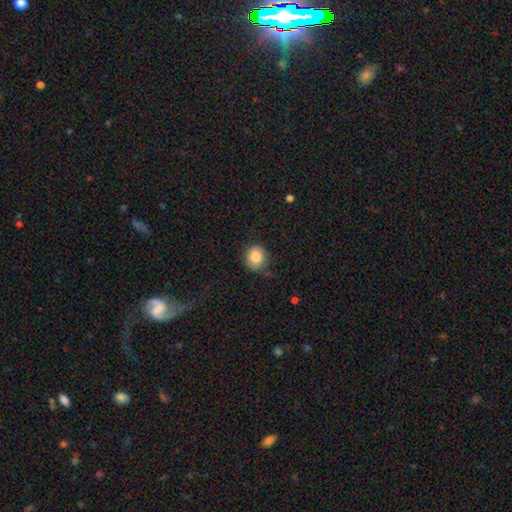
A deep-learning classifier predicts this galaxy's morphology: smooth_or_featured: smooth (p=0.84) [alt: star or artifact p=0.09]
how_rounded: round (p=0.86) [alt: in between p=0.13]
merging: none (p=0.81) [alt: minor disturbance p=0.14]